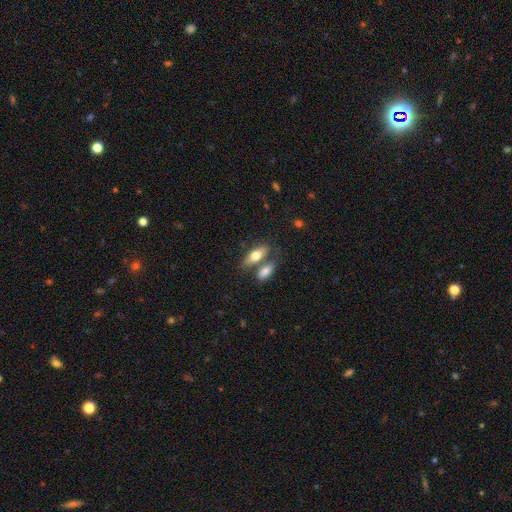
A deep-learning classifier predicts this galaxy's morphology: The model was most divided on "merging": none: 51%, merger: 35%, minor disturbance: 10%, major disturbance: 4%. More confident: smooth or featured — smooth (70%); how rounded — in between (67%).